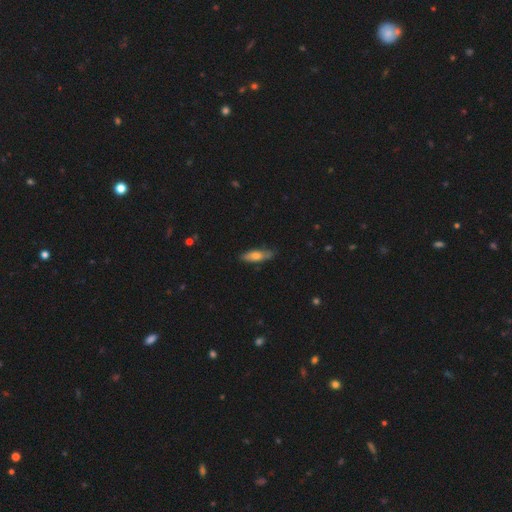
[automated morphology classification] This is likely a smooth galaxy (65%). How rounded: possibly cigar-shaped (50%). Merging: likely none (78%).